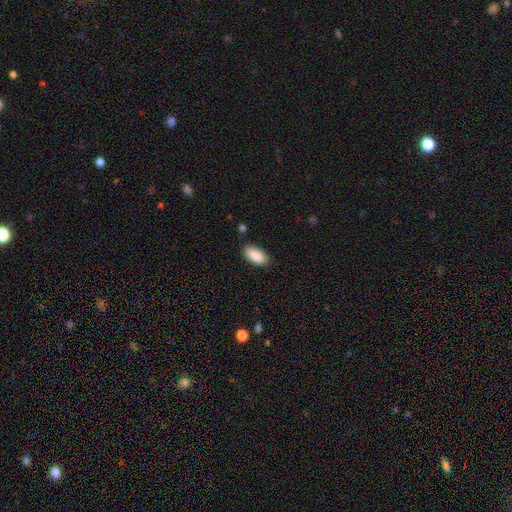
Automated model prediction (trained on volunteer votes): Smooth or featured? Predicted: smooth (p=0.89). How rounded? Predicted: in between (p=0.92). Merging? Predicted: none (p=0.83).